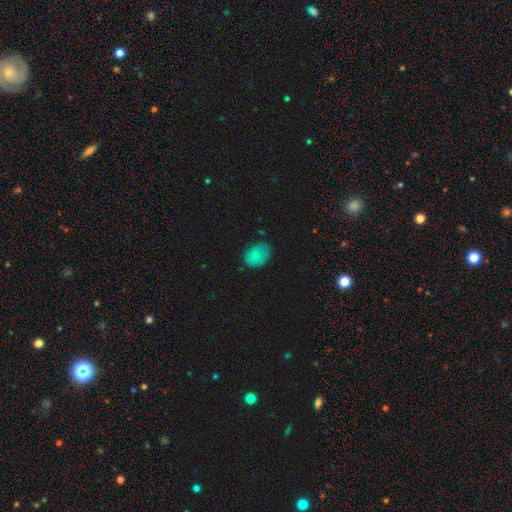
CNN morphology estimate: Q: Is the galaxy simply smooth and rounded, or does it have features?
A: smooth — 78%.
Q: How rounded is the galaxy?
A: in between — 60%.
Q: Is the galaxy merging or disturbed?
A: none — 63%.